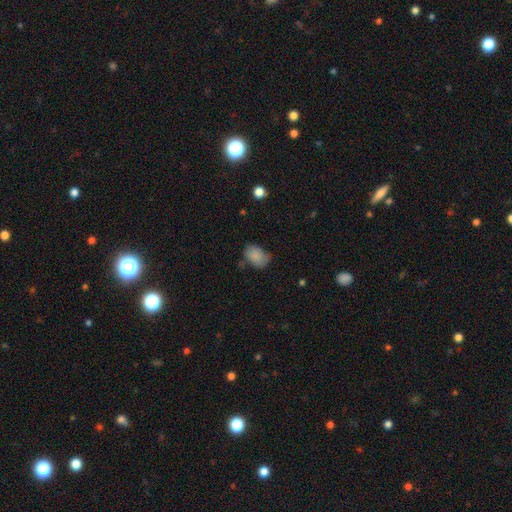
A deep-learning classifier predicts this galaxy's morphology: type=smooth (84%); roundness=in between (80%); merging=none (58%).